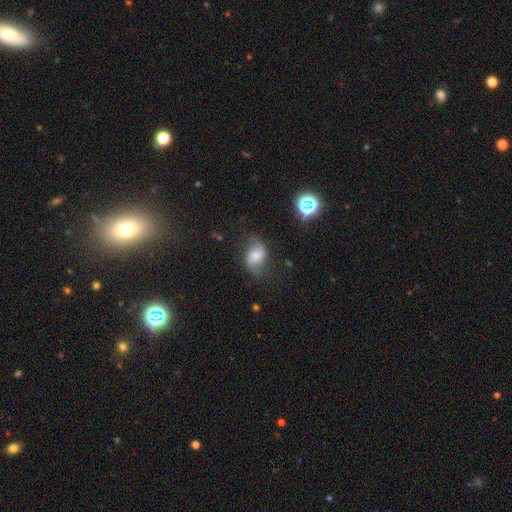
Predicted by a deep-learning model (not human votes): smooth 50%, featured or disk 38%, star or artifact 11%. Down the decision tree: how rounded — in between (78%); merging — none (61%).